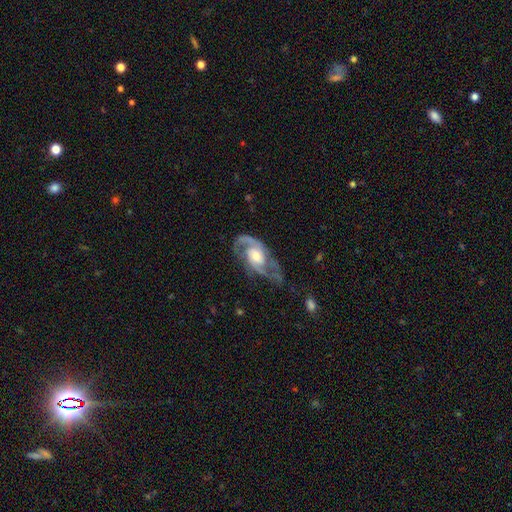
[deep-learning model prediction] smooth-or-featured: featured or disk: 88% | smooth: 7% | star or artifact: 5%
  disk-edge-on: no: 96% | yes: 4%
    bar: no: 59% | weak: 32% | strong: 9%
    has-spiral-arms: yes: 96% | no: 4%
      spiral-winding: medium: 53% | tight: 26% | loose: 21%
      spiral-arm-count: 2: 80% | can't tell: 6% | 3: 6% | 1: 4% | 4: 2% | more than 4: 2%
    bulge-size: moderate: 61% | small: 20% | large: 16% | none: 2% | dominant: 1%
  merging: none: 62% | minor disturbance: 21% | major disturbance: 16% | merger: 2%